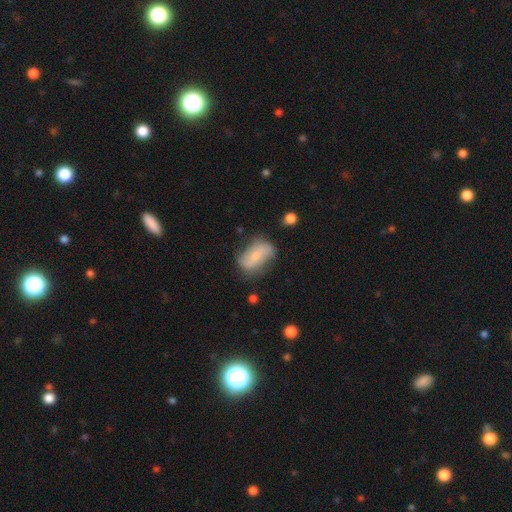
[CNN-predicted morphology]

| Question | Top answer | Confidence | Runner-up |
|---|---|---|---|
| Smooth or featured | featured or disk | 52% | smooth (40%) |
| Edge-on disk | no | 92% | yes (8%) |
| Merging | none | 61% | minor disturbance (26%) |